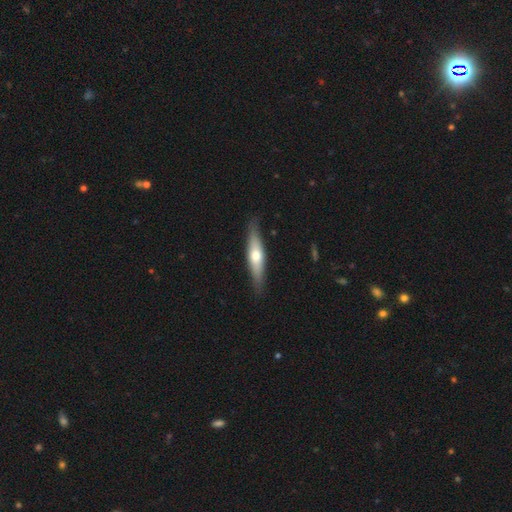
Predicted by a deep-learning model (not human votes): Overall: smooth (48%; featured or disk 46%). Merging: none (86%).